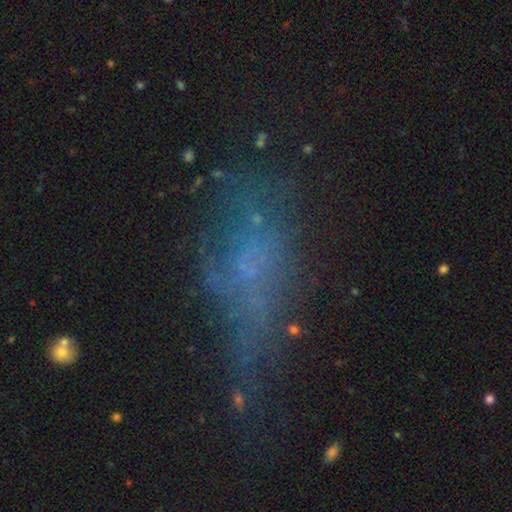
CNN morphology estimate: Smooth or featured? featured or disk (39%)
Merging? major disturbance (36%)